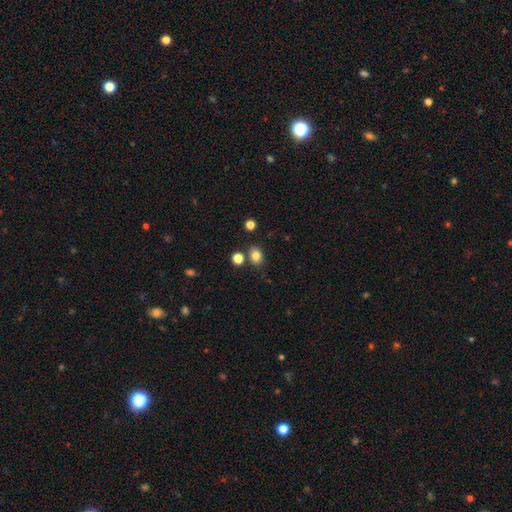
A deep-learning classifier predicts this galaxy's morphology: smooth-or-featured: smooth: 81% | star or artifact: 13% | featured or disk: 6%
  how-rounded: in between: 54% | round: 45% | cigar-shaped: 1%
  merging: none: 76% | minor disturbance: 12% | merger: 9% | major disturbance: 3%